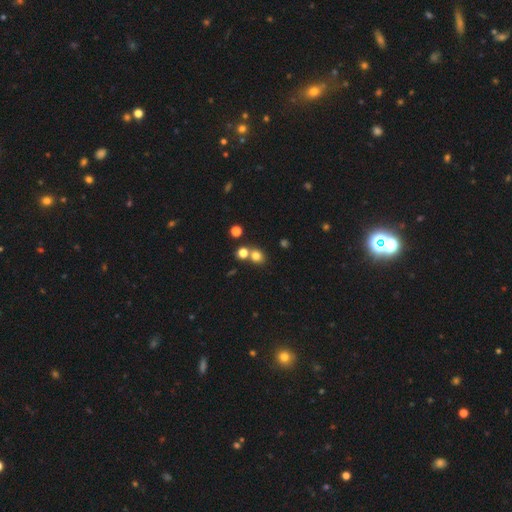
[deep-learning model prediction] Smooth or featured? smooth (75%)
How rounded? round (74%)
Merging? none (61%)